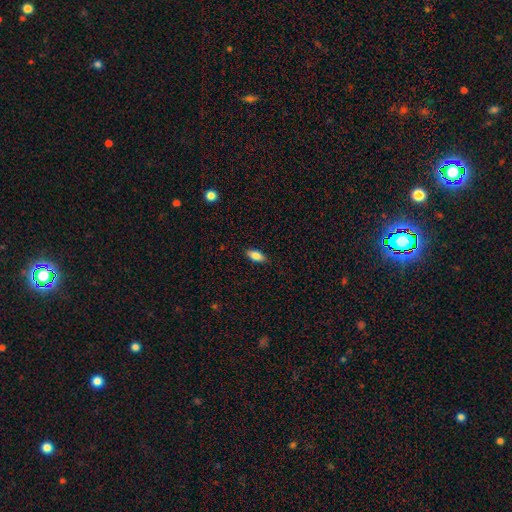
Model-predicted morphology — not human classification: A smooth galaxy with no disk features (83%) that is in between round and cigar-shaped (83%).

Vote fractions:
- Smooth or featured? smooth: 83% / featured or disk: 10% / star or artifact: 7%
- How rounded? in between: 83% / cigar-shaped: 14% / round: 3%
- Merging? none: 87% / minor disturbance: 10% / major disturbance: 2% / merger: 1%